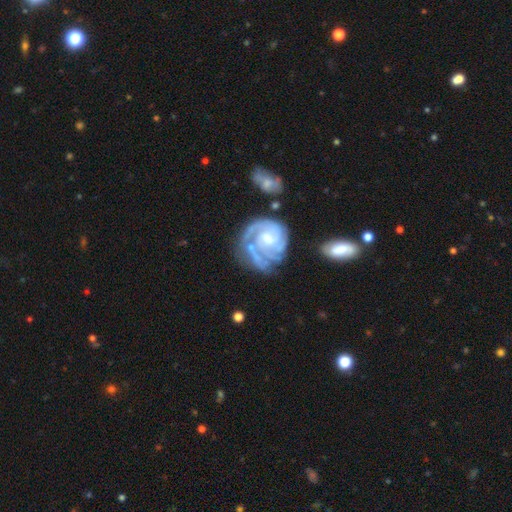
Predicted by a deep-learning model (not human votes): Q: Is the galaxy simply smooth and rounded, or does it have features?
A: featured or disk — 85%.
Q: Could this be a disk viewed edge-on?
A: no — 98%.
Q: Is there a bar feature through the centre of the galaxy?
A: no — 61%.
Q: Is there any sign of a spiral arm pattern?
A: yes — 94%.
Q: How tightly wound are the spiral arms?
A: tight — 65%.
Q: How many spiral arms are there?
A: can't tell — 27%, tied with 3.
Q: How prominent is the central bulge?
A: moderate — 47%.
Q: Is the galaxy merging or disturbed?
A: none — 52%.